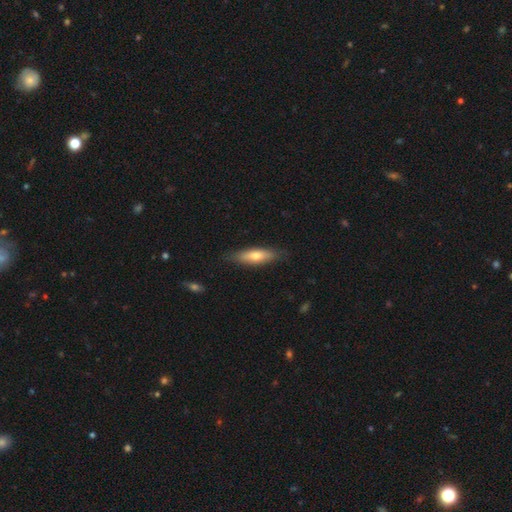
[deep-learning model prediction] Overall: smooth (63%; featured or disk 31%). How rounded: cigar-shaped (64%; in between 34%). Merging: none (83%).